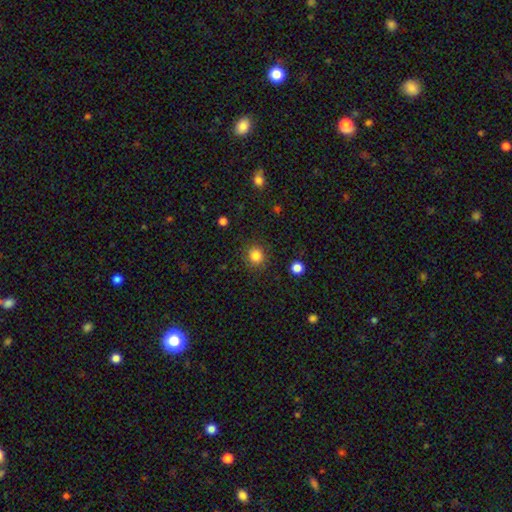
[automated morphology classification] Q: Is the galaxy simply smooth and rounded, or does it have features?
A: smooth — 84%.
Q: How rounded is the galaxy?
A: round — 88%.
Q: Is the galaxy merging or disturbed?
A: none — 89%.